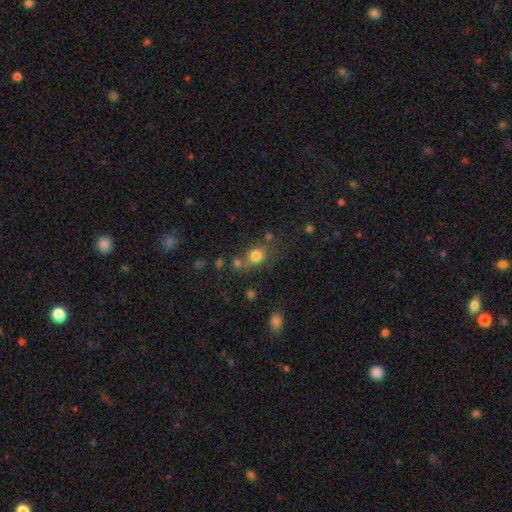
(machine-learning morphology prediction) Smooth or featured? Predicted: smooth (p=0.77). How rounded? Predicted: round (p=0.71). Merging? Predicted: none (p=0.58).